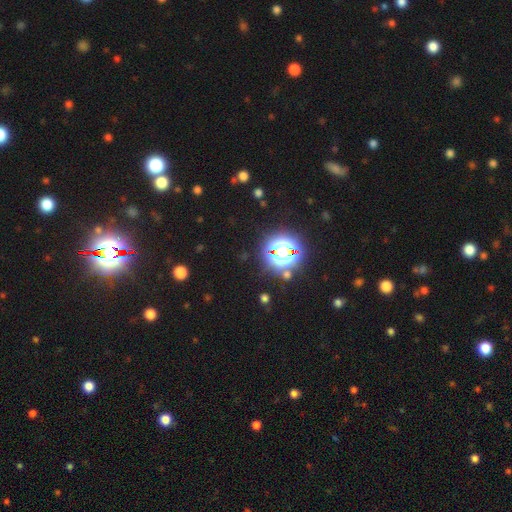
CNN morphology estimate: This appears to be a star or artifact, not a galaxy (81%).